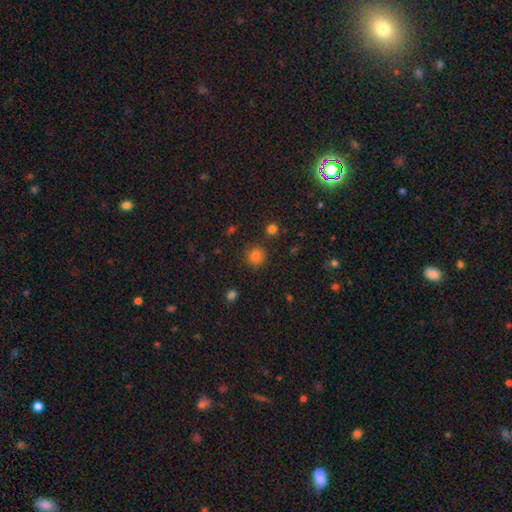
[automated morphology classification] A smooth galaxy with no disk features (80%) that is round (89%).

Vote fractions:
- Smooth or featured? smooth: 80% / star or artifact: 14% / featured or disk: 6%
- How rounded? round: 89% / in between: 10% / cigar-shaped: 1%
- Merging? none: 84% / minor disturbance: 10% / merger: 3% / major disturbance: 3%